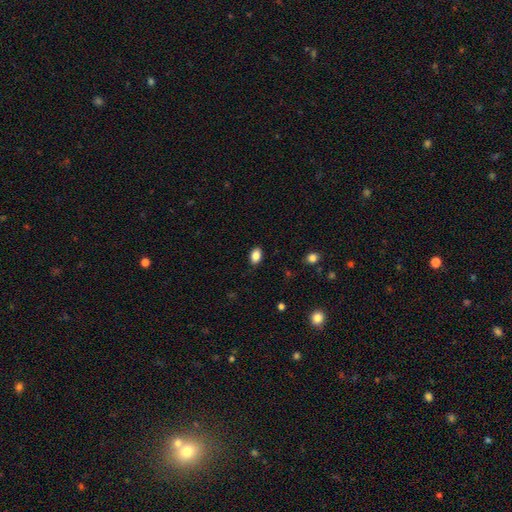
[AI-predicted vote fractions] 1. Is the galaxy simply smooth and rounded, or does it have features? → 87% smooth, 9% star or artifact, 5% featured or disk.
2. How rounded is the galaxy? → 86% in between, 13% round, 1% cigar-shaped.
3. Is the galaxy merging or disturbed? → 87% none, 9% minor disturbance, 2% major disturbance, 1% merger.